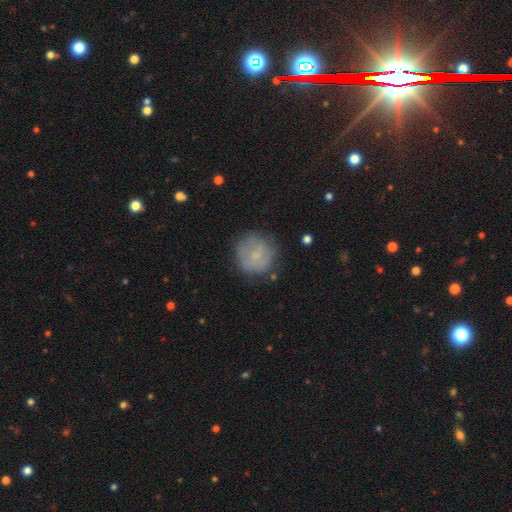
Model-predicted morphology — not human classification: A smooth galaxy with no disk features (63%) that is round (91%). Merging: none (71%).